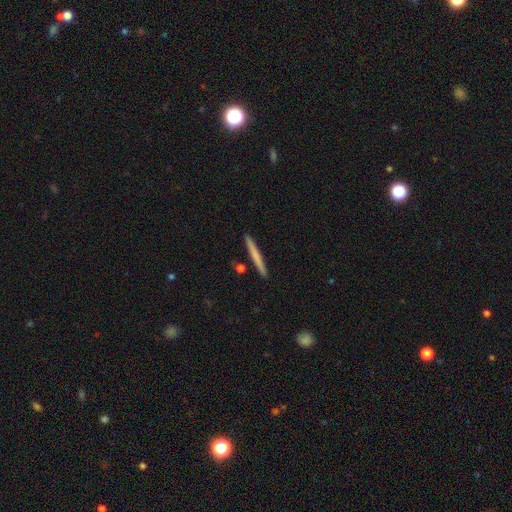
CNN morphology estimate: Overall: smooth (62%; featured or disk 32%). How rounded: cigar-shaped (97%). Merging: none (92%).